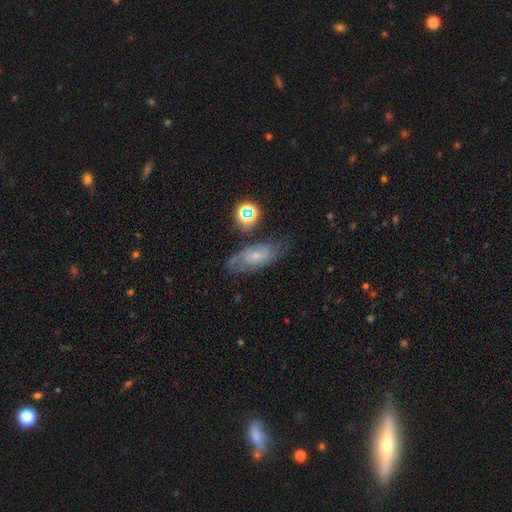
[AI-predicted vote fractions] featured or disk 61%, smooth 27%, star or artifact 12%. Down the decision tree: edge-on disk — no (90%); bar — no (69%); spiral arms — yes (83%); bulge size — small (68%); merging — none (58%).